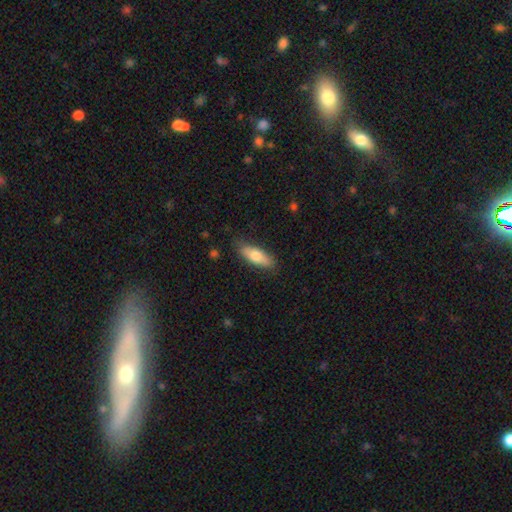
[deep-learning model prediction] Smooth or featured?
  - smooth: 71% *
  - featured or disk: 23%
  - star or artifact: 6%
How rounded?
  - in between: 63% *
  - cigar-shaped: 34%
  - round: 2%
Merging?
  - none: 82% *
  - minor disturbance: 14%
  - major disturbance: 3%
  - merger: 1%